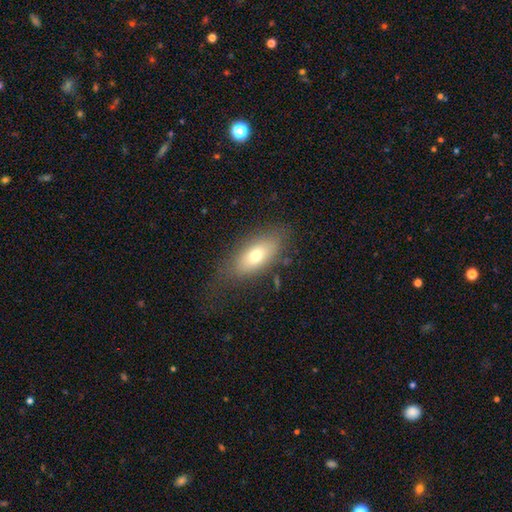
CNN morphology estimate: Overall: smooth (69%). How rounded: in between (83%). Merging: none (67%).